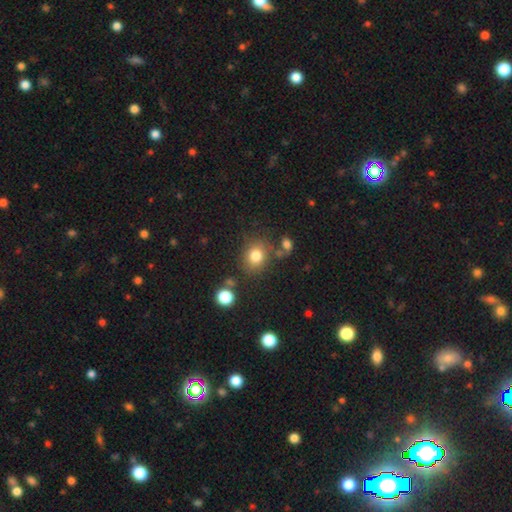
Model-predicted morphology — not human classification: Smooth or featured?
  - smooth: 79% *
  - star or artifact: 12%
  - featured or disk: 8%
How rounded?
  - round: 70% *
  - in between: 29%
  - cigar-shaped: 1%
Merging?
  - none: 74% *
  - minor disturbance: 13%
  - merger: 8%
  - major disturbance: 5%